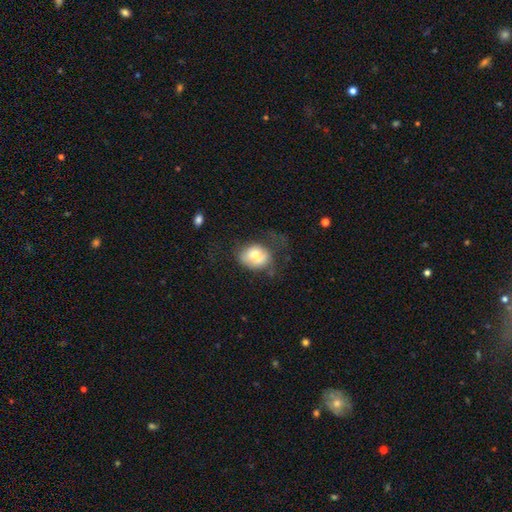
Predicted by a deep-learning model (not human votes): Overall: smooth (69%). How rounded: round (51%; in between 48%). Merging: none (48%; minor disturbance 27%).